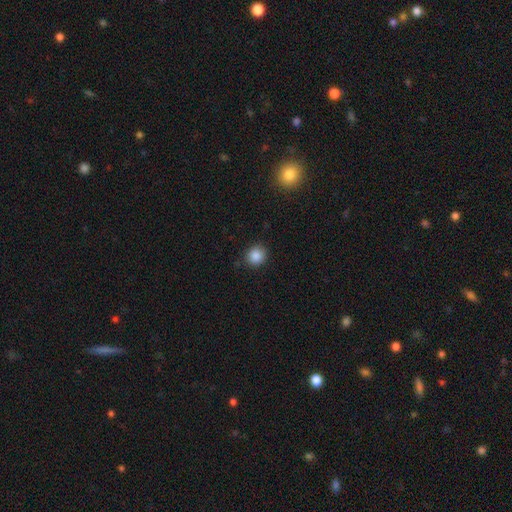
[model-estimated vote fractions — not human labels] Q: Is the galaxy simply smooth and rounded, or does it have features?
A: smooth — 86%.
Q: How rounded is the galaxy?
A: round — 85%.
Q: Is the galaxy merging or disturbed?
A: none — 86%.